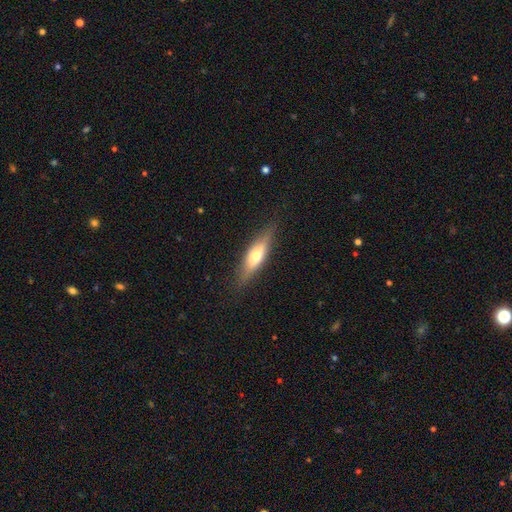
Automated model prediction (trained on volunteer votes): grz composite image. It shows a featured or disk galaxy (47%). Merging: none (84%).